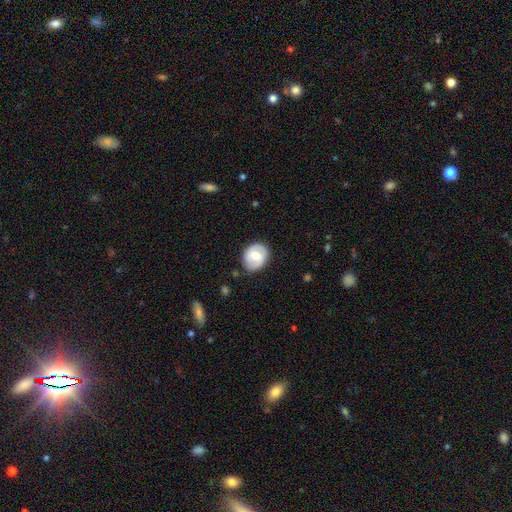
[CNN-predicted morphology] Overall: smooth (47%; featured or disk 46%). Merging: none (79%).